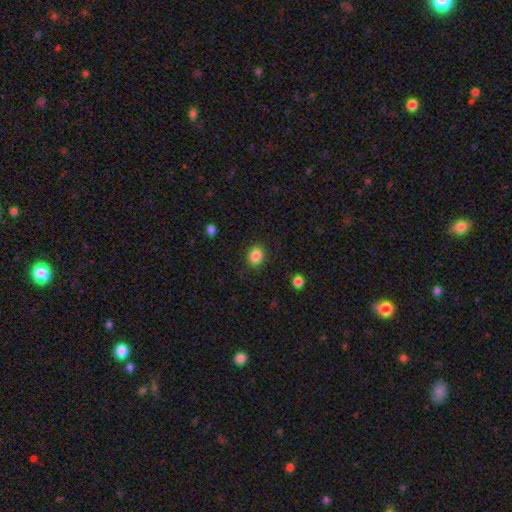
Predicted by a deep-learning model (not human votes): A smooth galaxy with no disk features (86%) that is round (56%).

Vote fractions:
- Smooth or featured? smooth: 86% / star or artifact: 10% / featured or disk: 4%
- How rounded? round: 56% / in between: 44% / cigar-shaped: 1%
- Merging? none: 88% / minor disturbance: 8% / major disturbance: 3% / merger: 1%